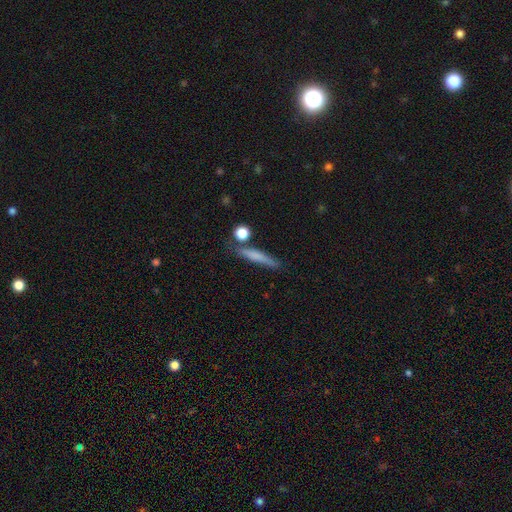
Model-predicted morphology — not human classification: Overall: smooth (66%; featured or disk 27%). How rounded: cigar-shaped (87%). Merging: none (75%).